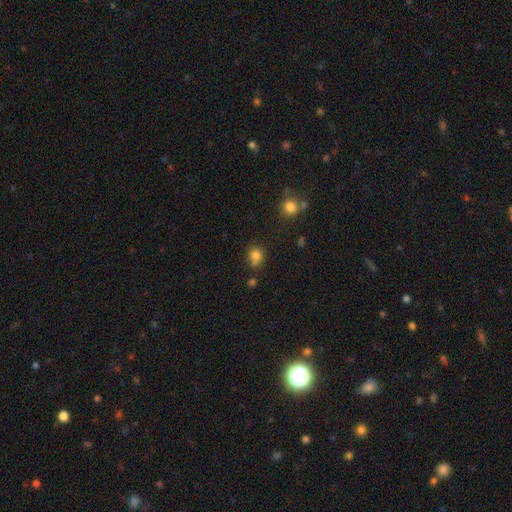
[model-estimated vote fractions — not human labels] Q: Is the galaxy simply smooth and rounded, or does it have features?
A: smooth — 80%.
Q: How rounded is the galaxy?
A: round — 60%.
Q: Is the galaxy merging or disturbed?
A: none — 57%.